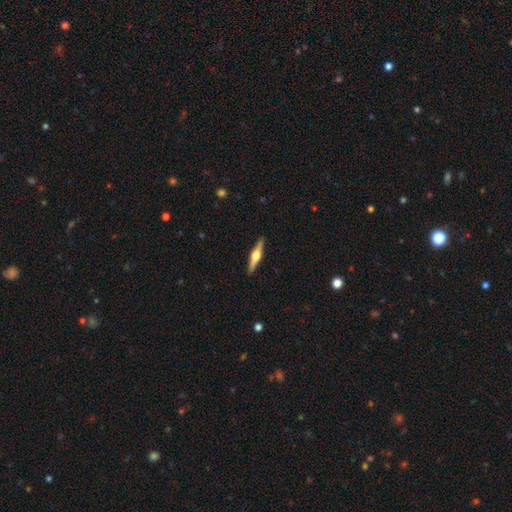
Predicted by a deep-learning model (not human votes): Smooth or featured?
  - featured or disk: 72% *
  - smooth: 23%
  - star or artifact: 5%
Edge-on disk?
  - yes: 98% *
  - no: 2%
Edge-on bulge?
  - rounded: 94% *
  - boxy: 4%
  - none: 2%
Merging?
  - none: 92% *
  - minor disturbance: 6%
  - major disturbance: 1%
  - merger: 1%